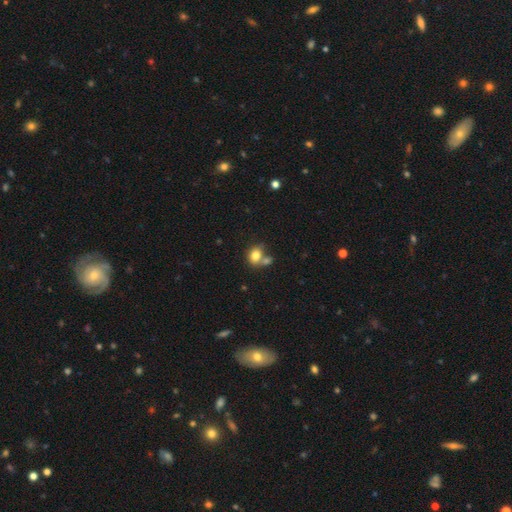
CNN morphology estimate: A smooth galaxy with no disk features (79%) that is in between round and cigar-shaped (51%).

Vote fractions:
- Smooth or featured? smooth: 79% / featured or disk: 11% / star or artifact: 10%
- How rounded? in between: 51% / round: 48% / cigar-shaped: 1%
- Merging? none: 45% / merger: 37% / minor disturbance: 13% / major disturbance: 5%